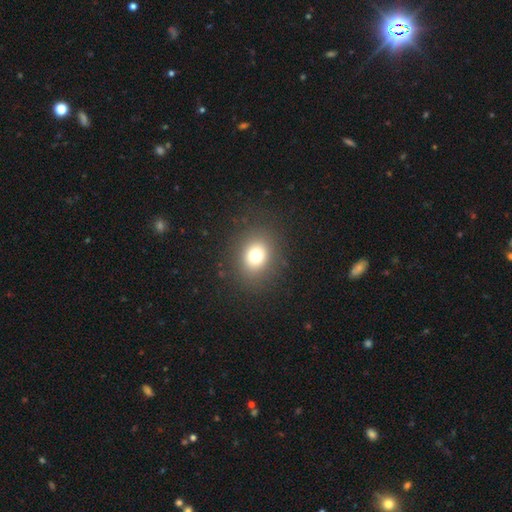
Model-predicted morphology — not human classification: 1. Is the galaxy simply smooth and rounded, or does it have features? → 74% smooth, 15% star or artifact, 11% featured or disk.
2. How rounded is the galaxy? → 66% round, 33% in between, 1% cigar-shaped.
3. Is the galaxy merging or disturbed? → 86% none, 8% minor disturbance, 5% major disturbance, 1% merger.